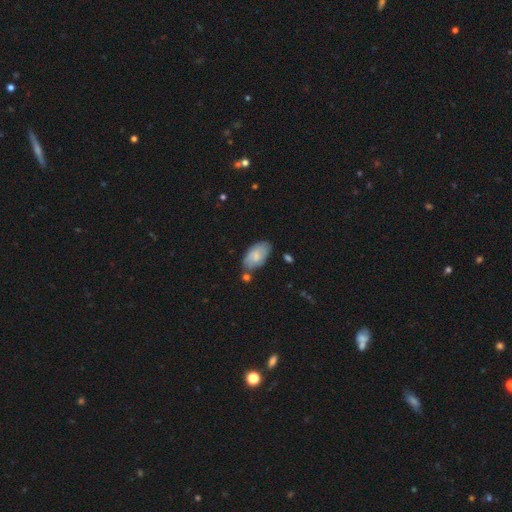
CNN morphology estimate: Smooth or featured? smooth (67%)
How rounded? in between (94%)
Merging? none (62%)